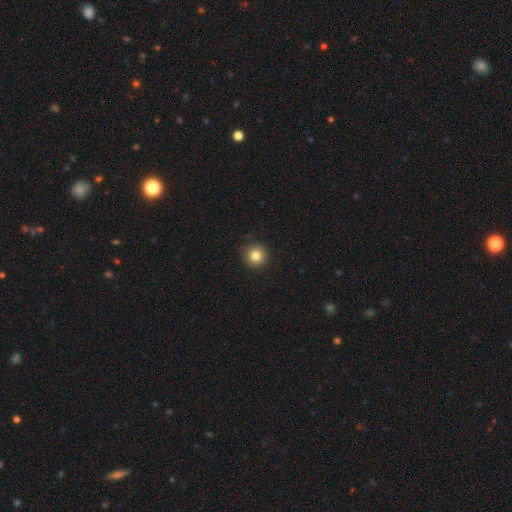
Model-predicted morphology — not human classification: This is clearly a smooth galaxy (82%). How rounded: clearly round (95%). Merging: clearly none (90%).